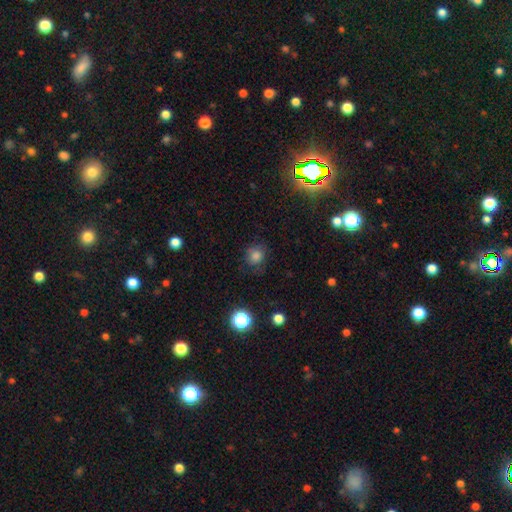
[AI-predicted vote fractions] Smooth or featured?
  - smooth: 80% *
  - star or artifact: 14%
  - featured or disk: 6%
How rounded?
  - round: 84% *
  - in between: 15%
  - cigar-shaped: 1%
Merging?
  - none: 74% *
  - minor disturbance: 18%
  - major disturbance: 7%
  - merger: 1%